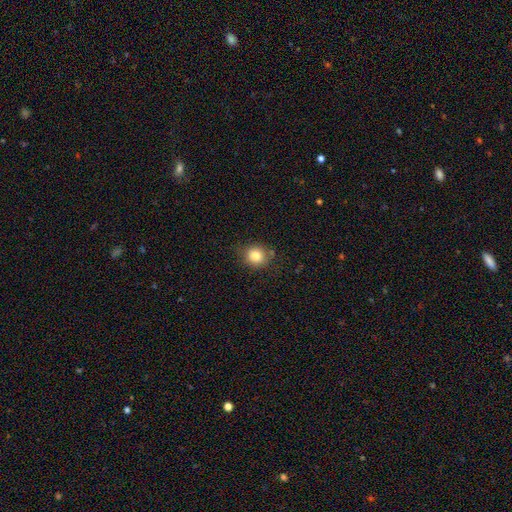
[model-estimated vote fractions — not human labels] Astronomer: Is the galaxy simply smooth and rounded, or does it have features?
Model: smooth — 83%.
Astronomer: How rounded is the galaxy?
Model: round — 83%.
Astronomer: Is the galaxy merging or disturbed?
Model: none — 79%.